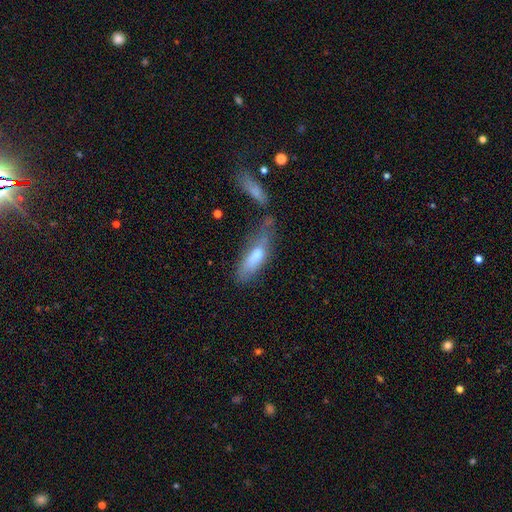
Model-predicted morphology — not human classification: Smooth or featured? Predicted: smooth (p=0.64). How rounded? Predicted: cigar-shaped (p=0.53). Merging? Predicted: none (p=0.36).